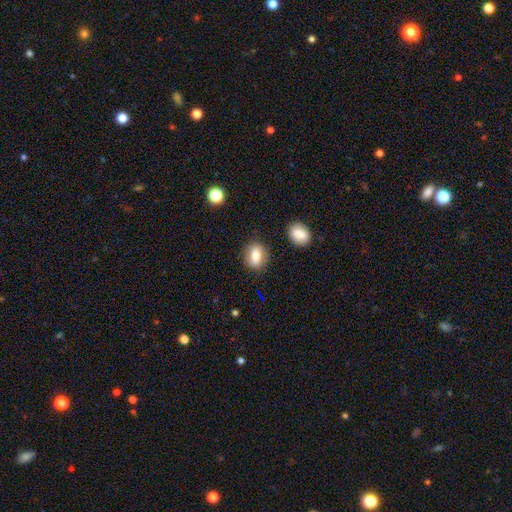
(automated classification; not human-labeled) Smooth or featured: smooth — 69% (featured or disk — 21%)
How rounded: in between — 55% (round — 42%)
Merging: none — 83% (minor disturbance — 11%)